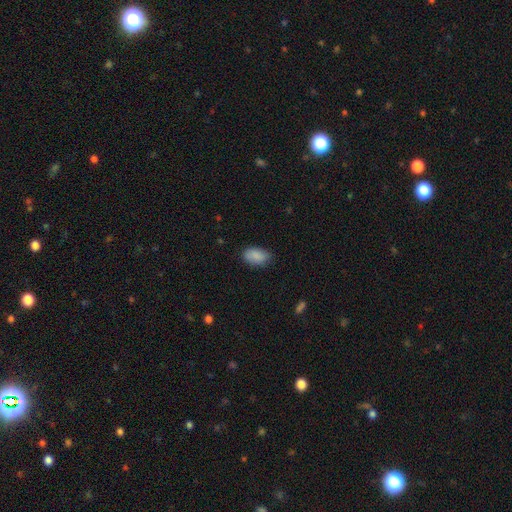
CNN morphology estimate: The model was most divided on "merging": none: 73%, minor disturbance: 22%, major disturbance: 4%, merger: 1%. More confident: how rounded — in between (92%); smooth or featured — smooth (86%).